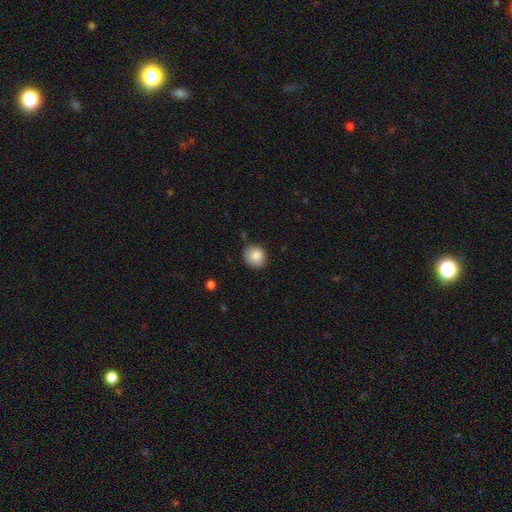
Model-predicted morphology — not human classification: This is clearly a smooth galaxy (85%). How rounded: clearly round (87%). Merging: clearly none (80%).